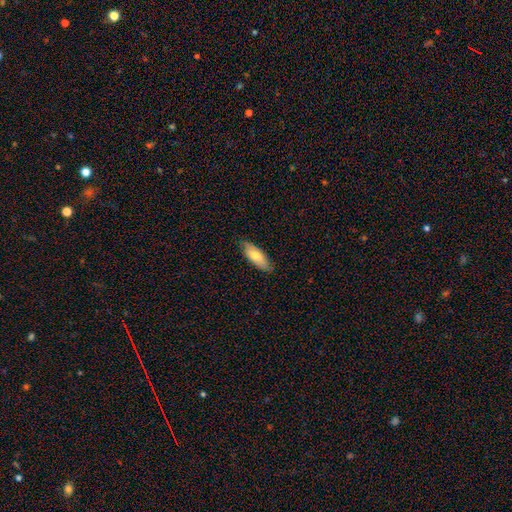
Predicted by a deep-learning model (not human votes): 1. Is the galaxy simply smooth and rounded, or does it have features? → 72% smooth, 22% featured or disk, 6% star or artifact.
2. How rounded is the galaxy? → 71% in between, 27% cigar-shaped, 2% round.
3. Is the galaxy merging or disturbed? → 82% none, 15% minor disturbance, 2% major disturbance, 1% merger.